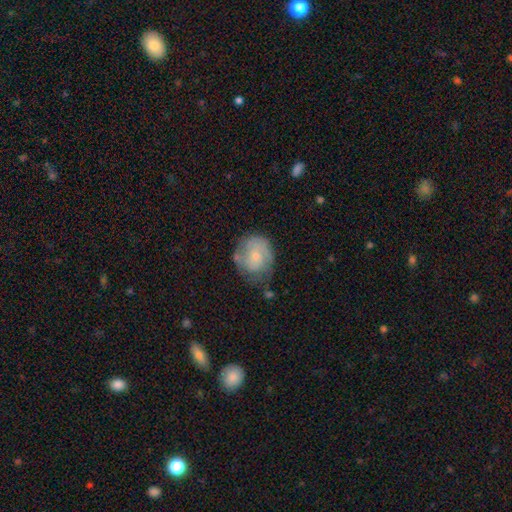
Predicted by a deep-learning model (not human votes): Smooth or featured? Predicted: smooth (p=0.47). Merging? Predicted: none (p=0.54).